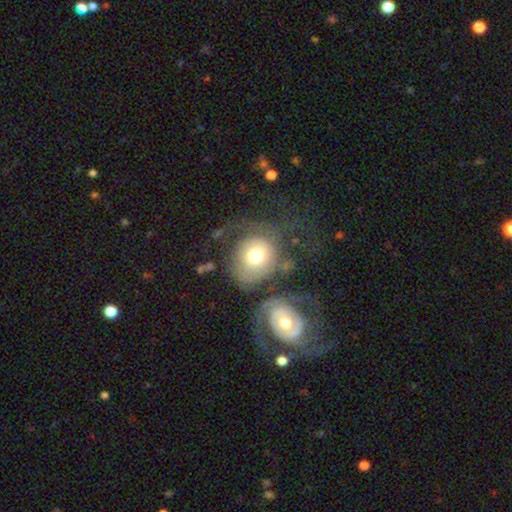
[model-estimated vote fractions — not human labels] The model was most divided on "merging": none: 37%, major disturbance: 27%, merger: 22%, minor disturbance: 15%. More confident: how rounded — round (78%); smooth or featured — smooth (55%).